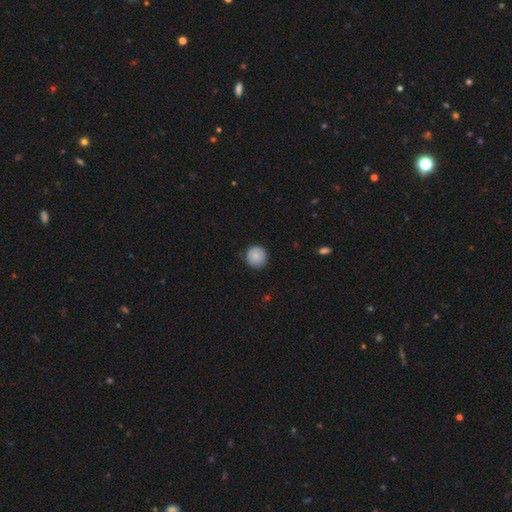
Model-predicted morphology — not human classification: A smooth galaxy with no disk features (84%) that is round (94%).

Vote fractions:
- Smooth or featured? smooth: 84% / featured or disk: 8% / star or artifact: 7%
- How rounded? round: 94% / in between: 5% / cigar-shaped: 1%
- Merging? none: 86% / minor disturbance: 11% / major disturbance: 2% / merger: 1%